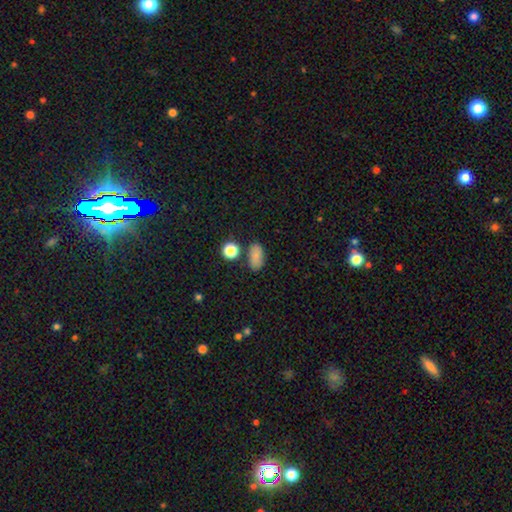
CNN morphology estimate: Smooth or featured? Predicted: smooth (p=0.83). How rounded? Predicted: in between (p=0.87). Merging? Predicted: none (p=0.78).